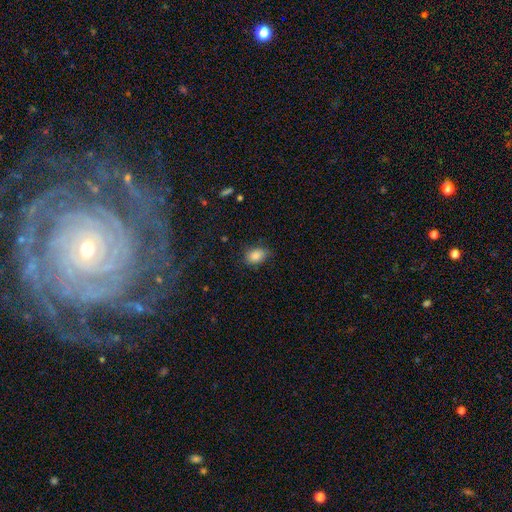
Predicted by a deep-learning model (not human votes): smooth-or-featured: smooth: 86% | star or artifact: 9% | featured or disk: 5%
  how-rounded: in between: 77% | round: 21% | cigar-shaped: 1%
  merging: none: 73% | minor disturbance: 21% | major disturbance: 5% | merger: 1%